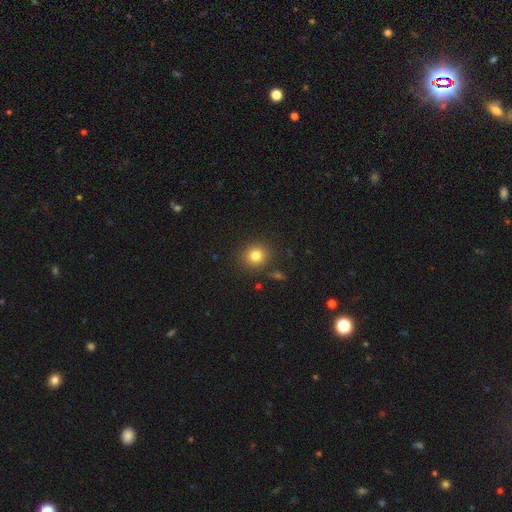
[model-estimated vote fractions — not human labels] Smooth or featured: smooth — 81% (star or artifact — 12%)
How rounded: round — 85% (in between — 14%)
Merging: none — 87% (minor disturbance — 8%)